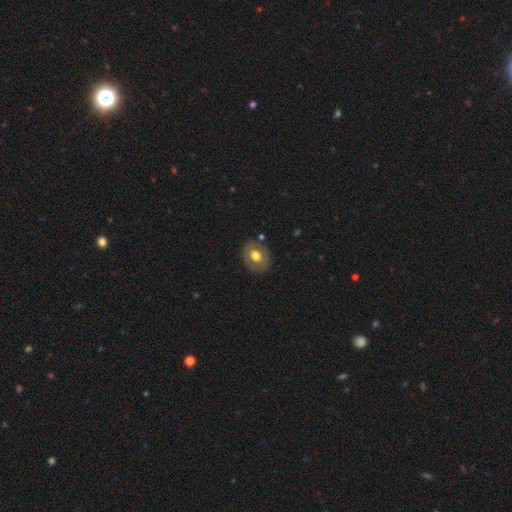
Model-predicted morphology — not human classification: Smooth or featured?
  - smooth: 62% *
  - featured or disk: 30%
  - star or artifact: 7%
How rounded?
  - in between: 51% *
  - round: 48%
  - cigar-shaped: 1%
Merging?
  - none: 83% *
  - minor disturbance: 11%
  - major disturbance: 3%
  - merger: 2%